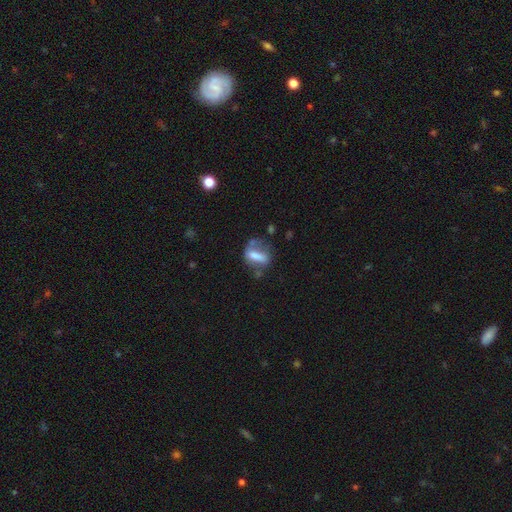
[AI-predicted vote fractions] Smooth or featured? smooth (58%)
How rounded? in between (64%)
Merging? none (40%)